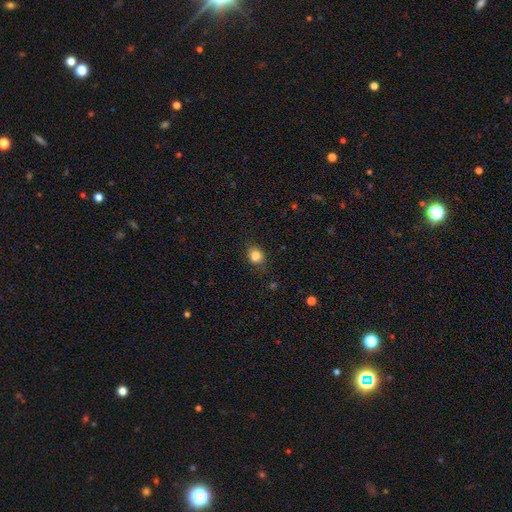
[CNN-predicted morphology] Overall: smooth (83%). How rounded: round (56%; in between 43%). Merging: none (80%).